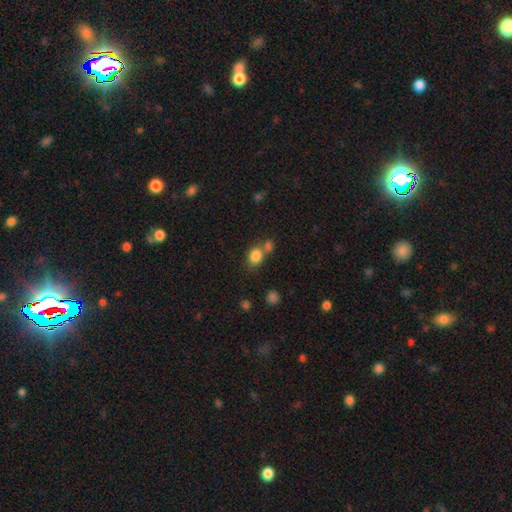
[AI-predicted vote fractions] A smooth galaxy with no disk features (82%) that is in between round and cigar-shaped (51%). Merging: none (50%).